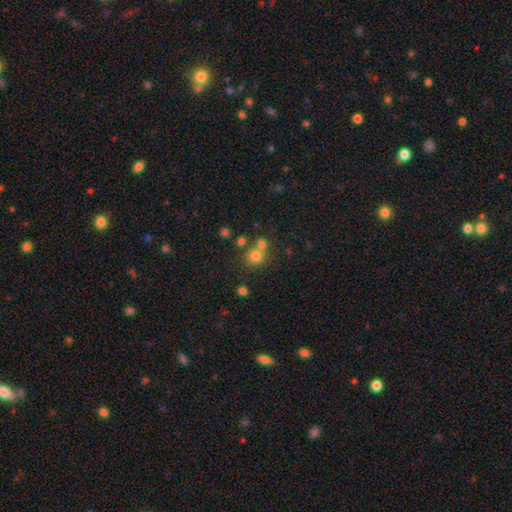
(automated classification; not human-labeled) Smooth or featured?
  - smooth: 75% *
  - star or artifact: 16%
  - featured or disk: 9%
How rounded?
  - round: 85% *
  - in between: 14%
  - cigar-shaped: 1%
Merging?
  - none: 55% *
  - merger: 34%
  - minor disturbance: 8%
  - major disturbance: 3%